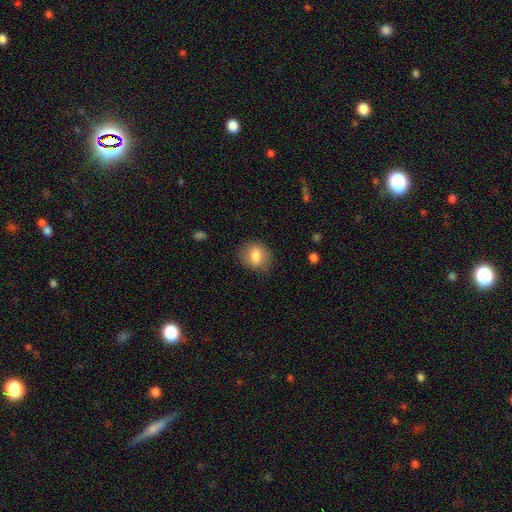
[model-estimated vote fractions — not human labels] Overall: smooth (77%). How rounded: round (55%; in between 44%). Merging: none (80%).